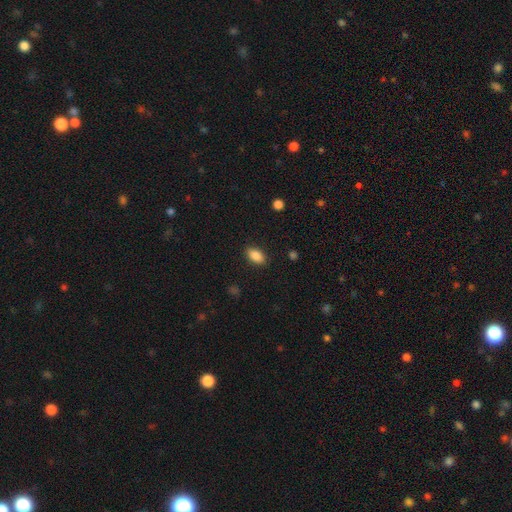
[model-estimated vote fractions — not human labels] smooth-or-featured: smooth: 87% | star or artifact: 8% | featured or disk: 5%
  how-rounded: in between: 91% | round: 6% | cigar-shaped: 3%
  merging: none: 88% | minor disturbance: 9% | major disturbance: 3% | merger: 1%